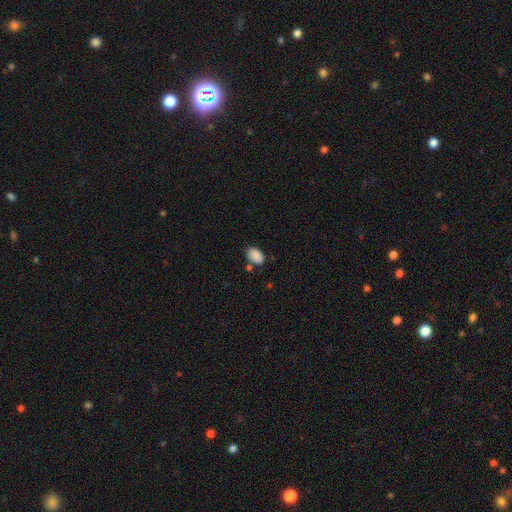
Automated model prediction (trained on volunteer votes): A smooth galaxy with no disk features (88%) that is in between round and cigar-shaped (87%). Merging: none (74%).